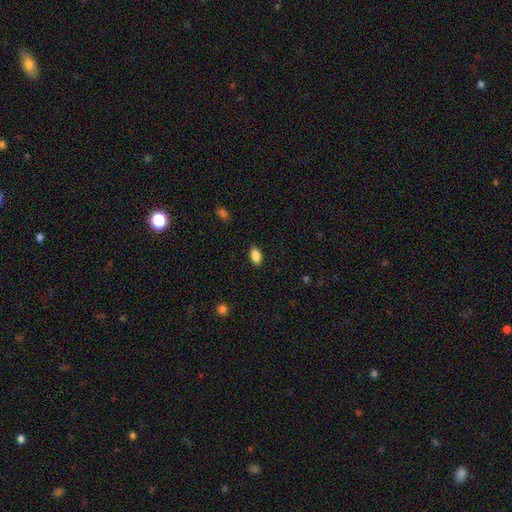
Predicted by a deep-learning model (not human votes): This appears to be a smooth galaxy with no disk features (86%) that is in between round and cigar-shaped (90%). Merging: none (86%).